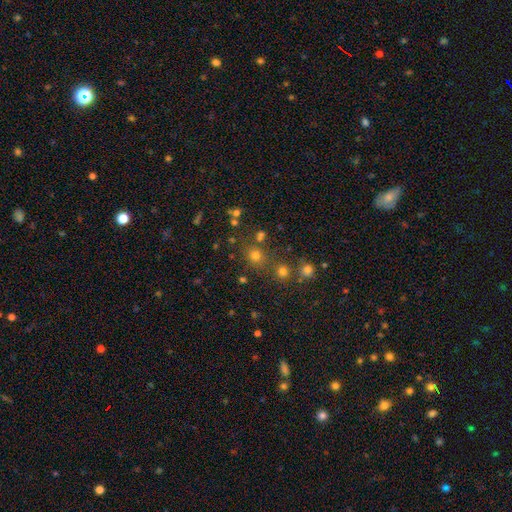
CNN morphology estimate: Smooth or featured: smooth — 58% (star or artifact — 34%)
How rounded: round — 86% (in between — 13%)
Merging: none — 74% (merger — 14%)